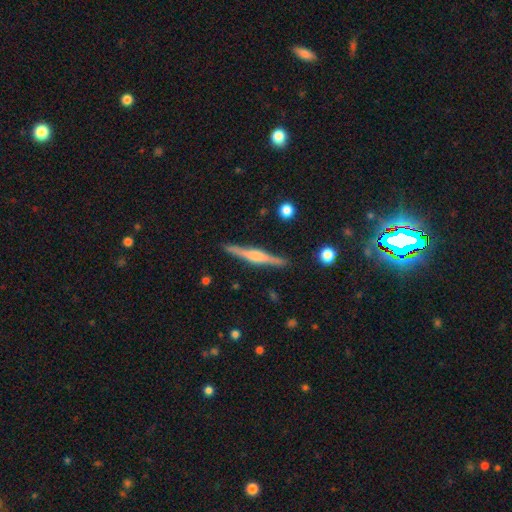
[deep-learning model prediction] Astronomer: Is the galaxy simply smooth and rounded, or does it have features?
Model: featured or disk — 75%.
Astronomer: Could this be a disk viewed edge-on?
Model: yes — 98%.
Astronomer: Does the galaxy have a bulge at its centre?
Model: rounded — 71%.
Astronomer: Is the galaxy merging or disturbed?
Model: none — 91%.